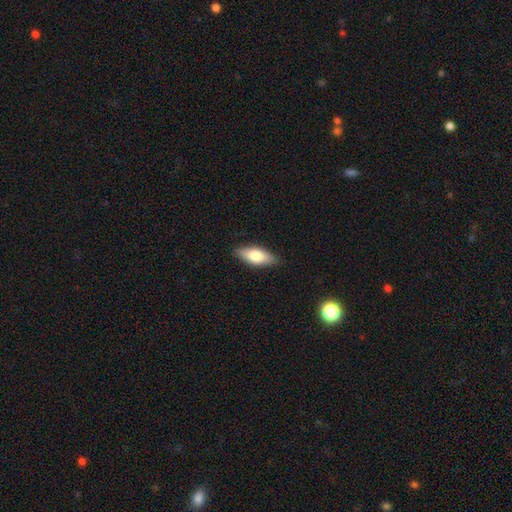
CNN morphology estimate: Smooth or featured? smooth (72%)
How rounded? in between (76%)
Merging? none (86%)